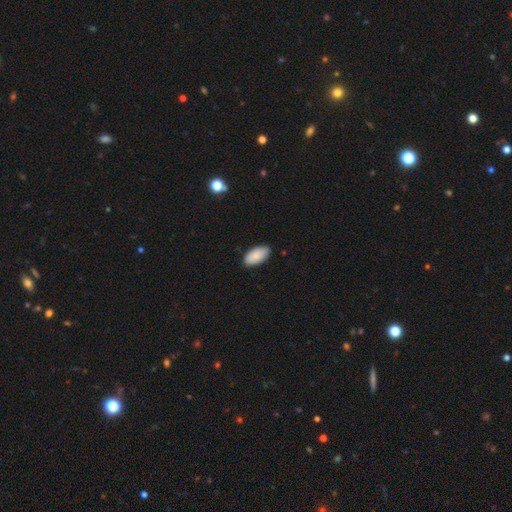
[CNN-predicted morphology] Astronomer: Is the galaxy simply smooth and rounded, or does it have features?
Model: smooth — 88%.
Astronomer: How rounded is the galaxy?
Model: in between — 95%.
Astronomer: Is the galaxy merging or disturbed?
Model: none — 86%.